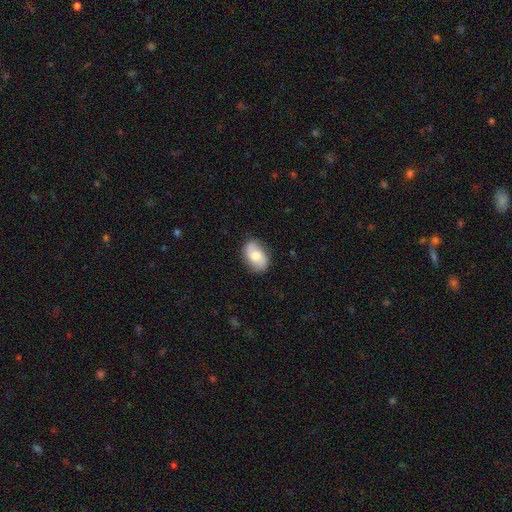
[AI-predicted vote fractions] A smooth galaxy with no disk features (57%) that is in between round and cigar-shaped (88%). Merging: none (83%).